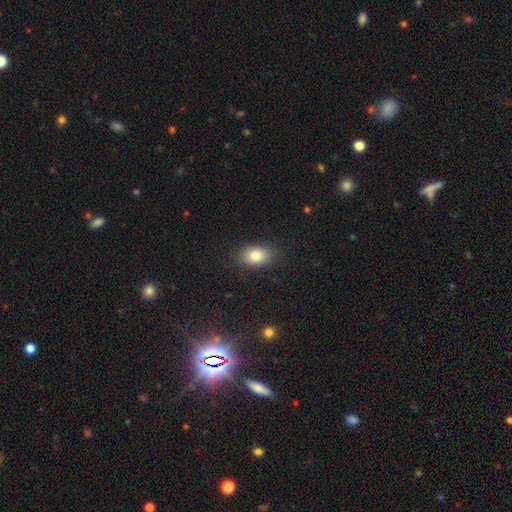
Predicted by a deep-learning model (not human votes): This appears to be a smooth galaxy with no disk features (83%) that is in between round and cigar-shaped (83%). Merging: none (86%).